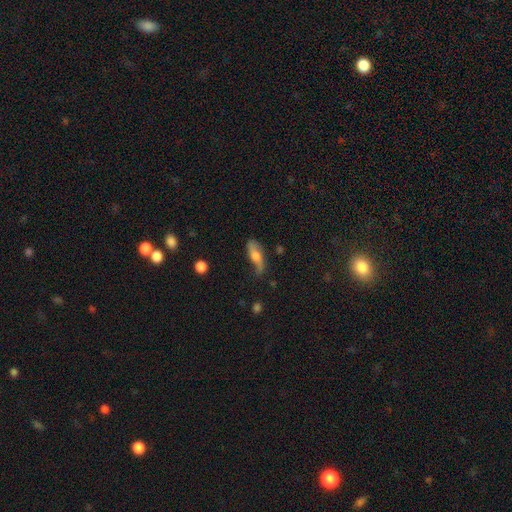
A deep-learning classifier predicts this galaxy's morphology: featured or disk 50%, smooth 42%, star or artifact 8%. Down the decision tree: merging — none (56%).